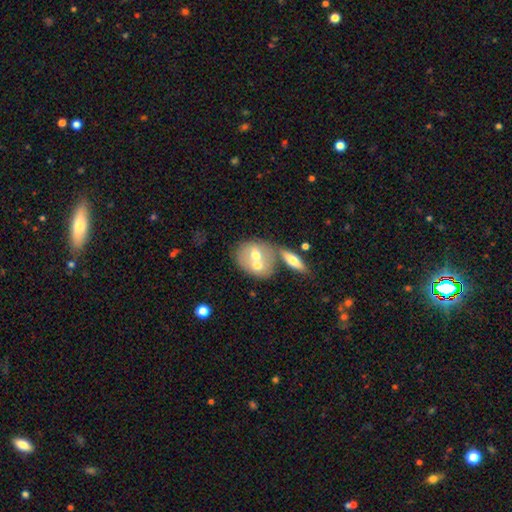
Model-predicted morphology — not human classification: Smooth or featured? Predicted: smooth (p=0.55). How rounded? Predicted: round (p=0.52). Merging? Predicted: merger (p=0.61).